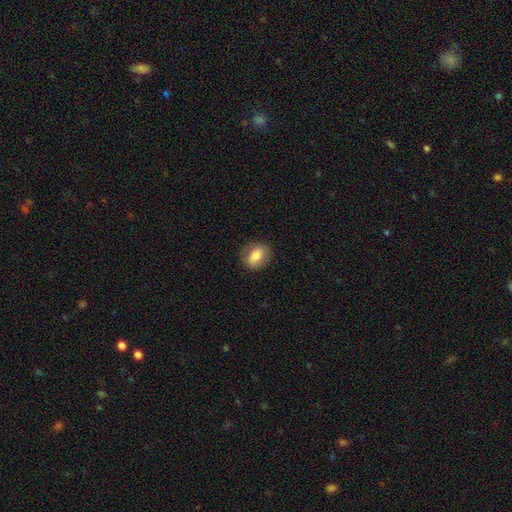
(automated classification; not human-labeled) Q: Smooth or featured?
A: smooth (74%); runner-up: featured or disk (18%)
Q: How rounded?
A: in between (56%); runner-up: round (42%)
Q: Merging?
A: none (84%); runner-up: minor disturbance (12%)